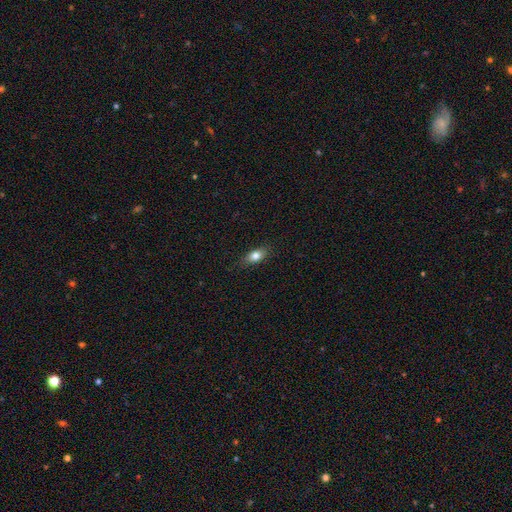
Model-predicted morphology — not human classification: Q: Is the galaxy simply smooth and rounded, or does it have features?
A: smooth — 79%.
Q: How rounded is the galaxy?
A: in between — 80%.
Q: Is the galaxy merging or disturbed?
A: none — 84%.